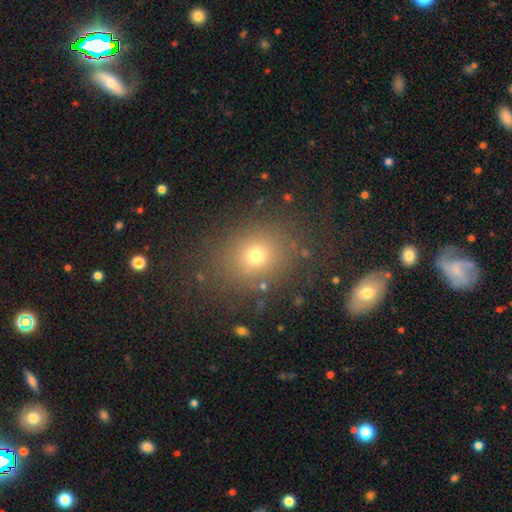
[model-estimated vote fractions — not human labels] Morphology: type=smooth (70%); roundness=round (64%); merging=none (83%).